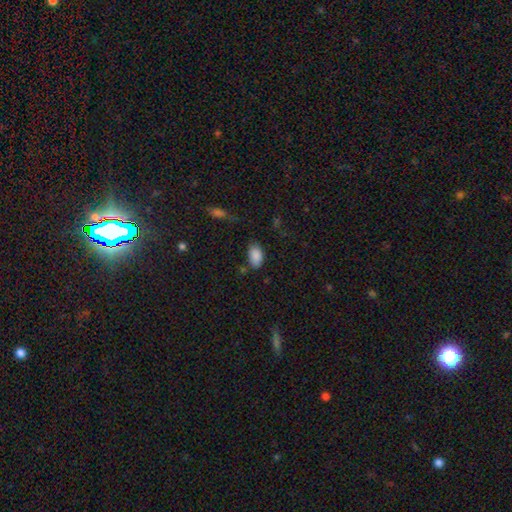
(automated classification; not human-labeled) Overall: smooth (88%). How rounded: in between (93%). Merging: none (70%).